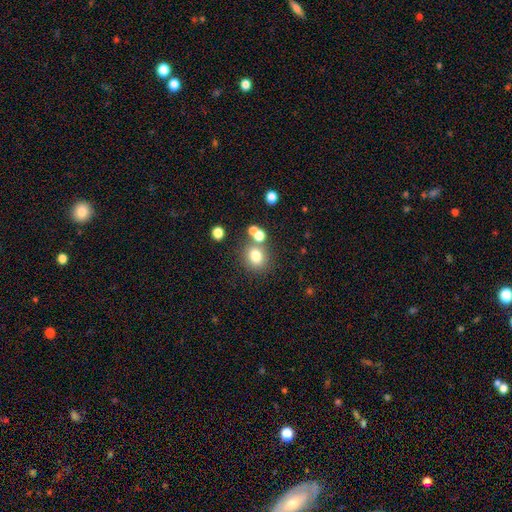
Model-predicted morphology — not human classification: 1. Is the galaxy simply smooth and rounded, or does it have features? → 76% smooth, 14% star or artifact, 9% featured or disk.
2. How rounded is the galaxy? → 74% round, 25% in between, 1% cigar-shaped.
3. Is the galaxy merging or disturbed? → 68% none, 17% merger, 10% minor disturbance, 4% major disturbance.